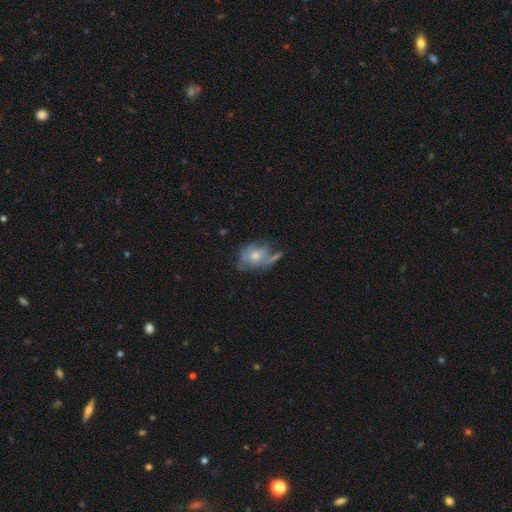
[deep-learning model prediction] featured or disk 47%, smooth 44%, star or artifact 9%. Down the decision tree: merging — none (40%).